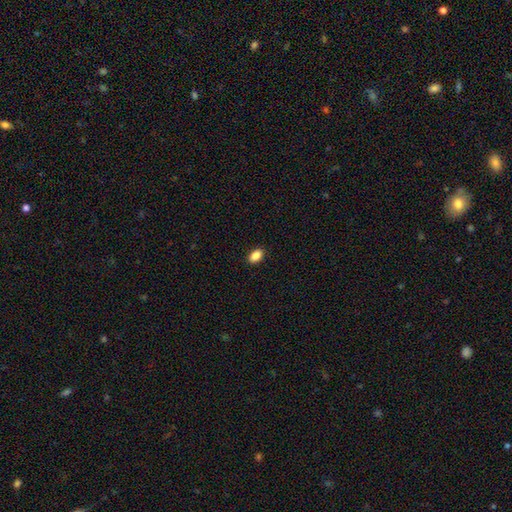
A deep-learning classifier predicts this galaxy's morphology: Smooth or featured? smooth (89%)
How rounded? in between (91%)
Merging? none (90%)